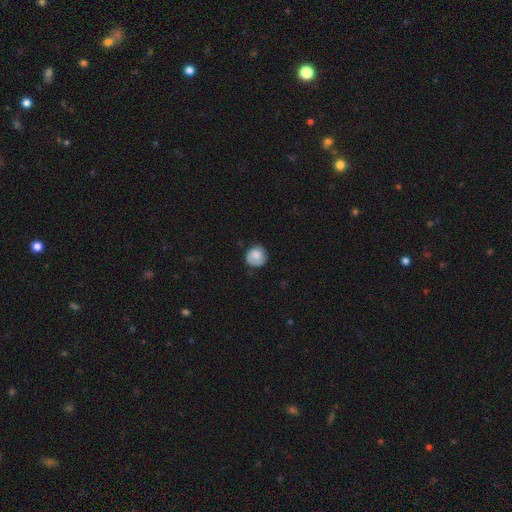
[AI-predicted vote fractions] Morphology: type=smooth (72%); roundness=round (87%); merging=none (71%).